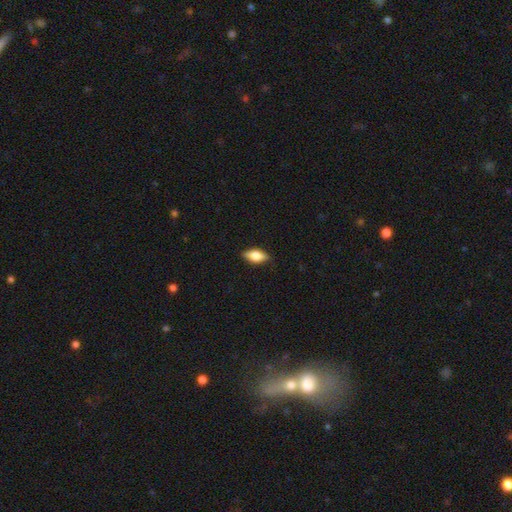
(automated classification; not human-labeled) smooth_or_featured: smooth (p=0.63) [alt: featured or disk p=0.29]
how_rounded: in between (p=0.81) [alt: cigar-shaped p=0.14]
merging: none (p=0.86) [alt: minor disturbance p=0.11]